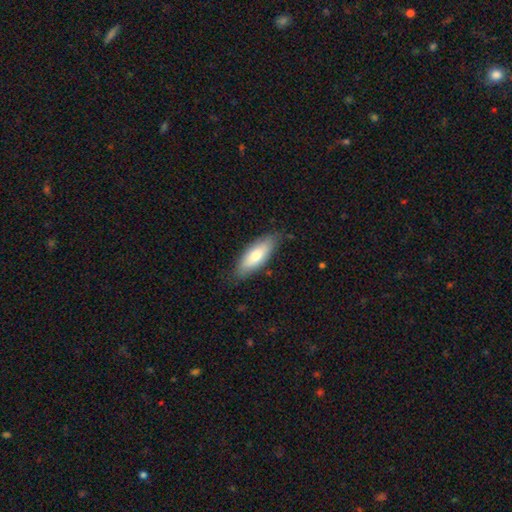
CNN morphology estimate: type=smooth (74%); roundness=in between (66%); merging=none (80%).